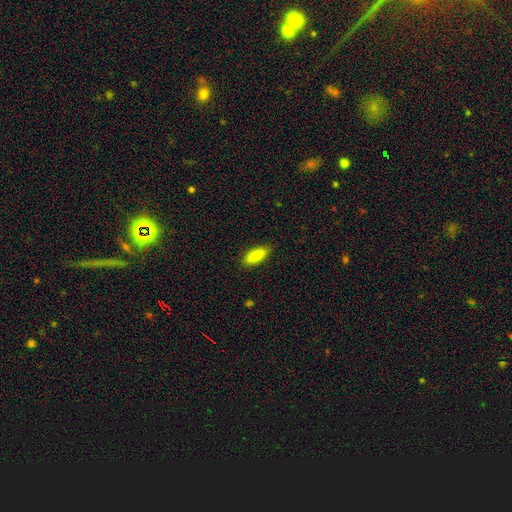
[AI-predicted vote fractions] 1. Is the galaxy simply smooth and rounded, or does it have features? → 88% smooth, 6% star or artifact, 5% featured or disk.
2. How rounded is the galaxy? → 77% in between, 21% cigar-shaped, 2% round.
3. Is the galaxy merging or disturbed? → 87% none, 10% minor disturbance, 2% major disturbance, 1% merger.